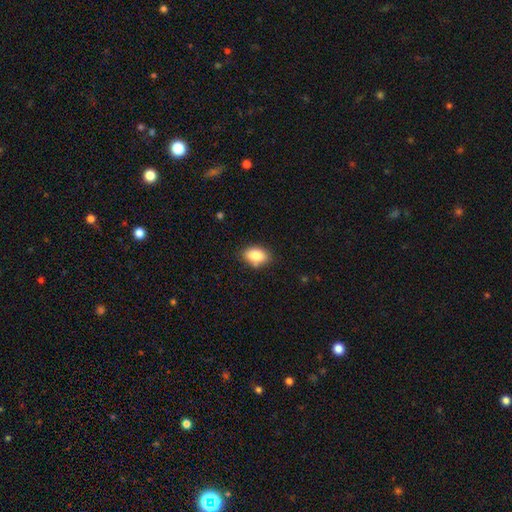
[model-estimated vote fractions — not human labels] A smooth galaxy with no disk features (86%) that is in between round and cigar-shaped (84%). Merging: none (81%).